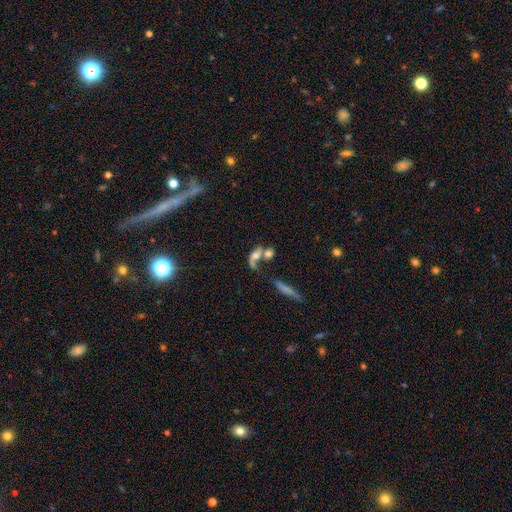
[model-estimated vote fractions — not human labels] Smooth or featured?
  - smooth: 44% * (tied)
  - featured or disk: 44% * (tied)
  - star or artifact: 11%
Merging?
  - merger: 50% *
  - none: 23%
  - major disturbance: 17%
  - minor disturbance: 11%